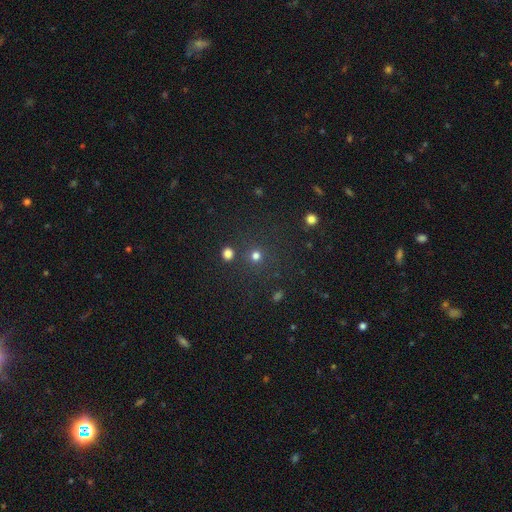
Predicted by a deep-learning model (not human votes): Smooth or featured? smooth (73%)
How rounded? round (92%)
Merging? none (79%)